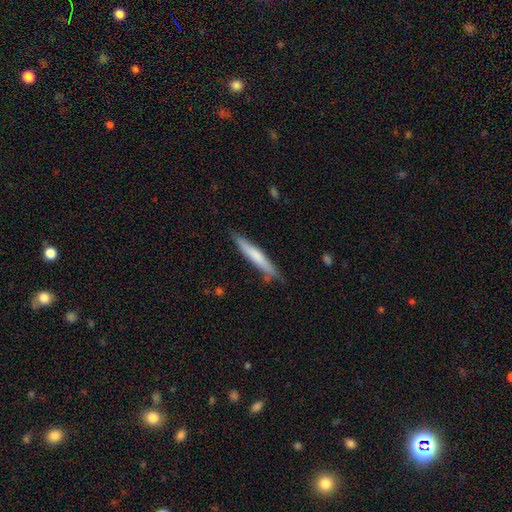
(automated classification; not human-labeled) Q: Smooth or featured?
A: smooth (65%); runner-up: featured or disk (30%)
Q: How rounded?
A: cigar-shaped (94%); runner-up: in between (5%)
Q: Merging?
A: none (82%); runner-up: minor disturbance (14%)